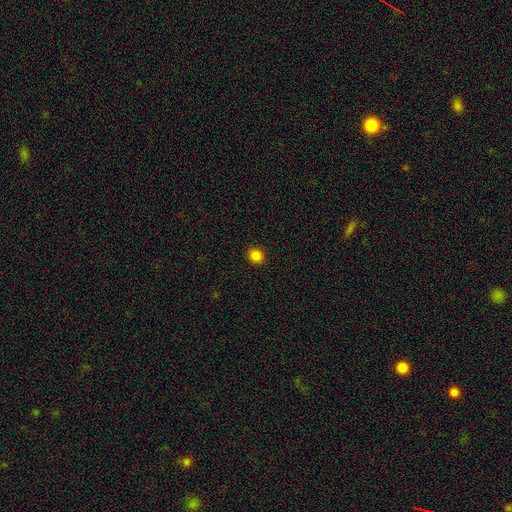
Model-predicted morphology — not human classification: Smooth or featured? Predicted: smooth (p=0.84). How rounded? Predicted: round (p=0.86). Merging? Predicted: none (p=0.92).